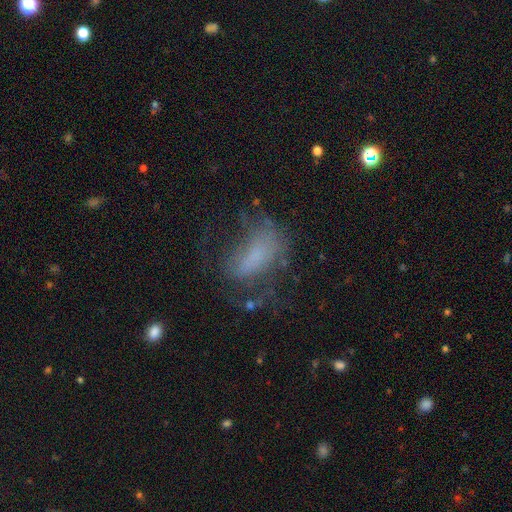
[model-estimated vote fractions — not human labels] A smooth galaxy with no disk features (47%).

Vote fractions:
- Smooth or featured? smooth: 47% / featured or disk: 36% / star or artifact: 17%
- Merging? none: 37% / major disturbance: 36% / minor disturbance: 23% / merger: 4%